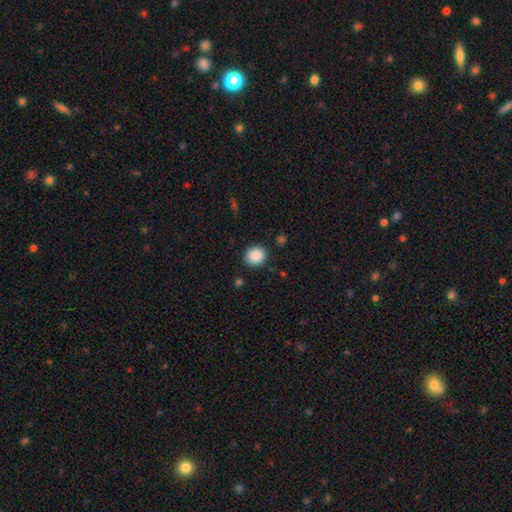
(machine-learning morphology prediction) type=smooth (89%); roundness=round (72%); merging=none (87%).